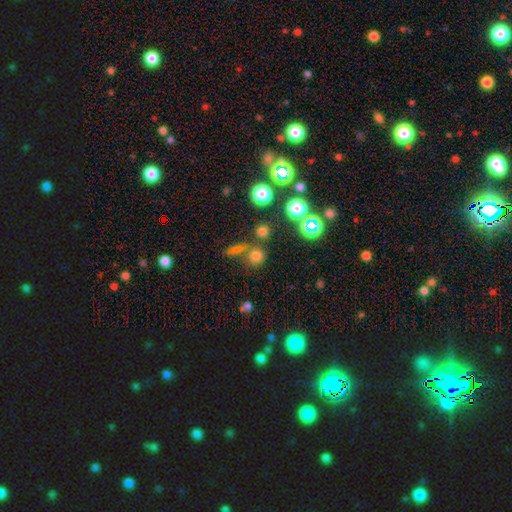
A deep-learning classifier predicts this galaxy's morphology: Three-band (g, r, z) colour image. It shows a smooth galaxy with no disk features (68%) that is round (87%). Merging: none (65%).